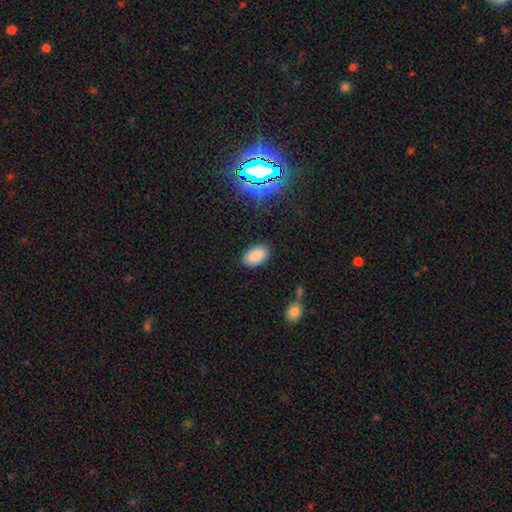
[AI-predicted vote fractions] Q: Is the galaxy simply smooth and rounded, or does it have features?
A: smooth — 85%.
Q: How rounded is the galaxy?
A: in between — 93%.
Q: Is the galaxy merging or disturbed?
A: none — 87%.